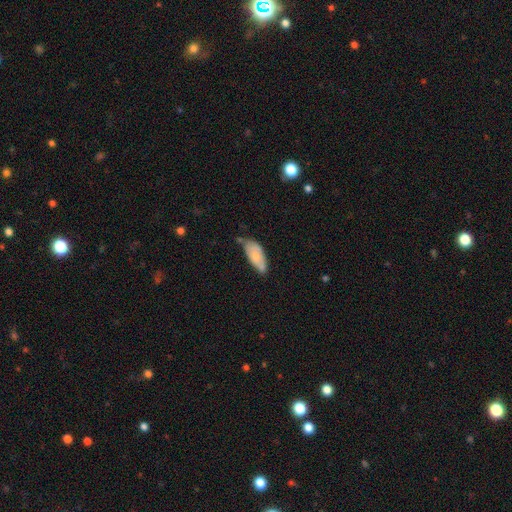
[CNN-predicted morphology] Smooth or featured? smooth (69%)
How rounded? in between (83%)
Merging? none (46%)